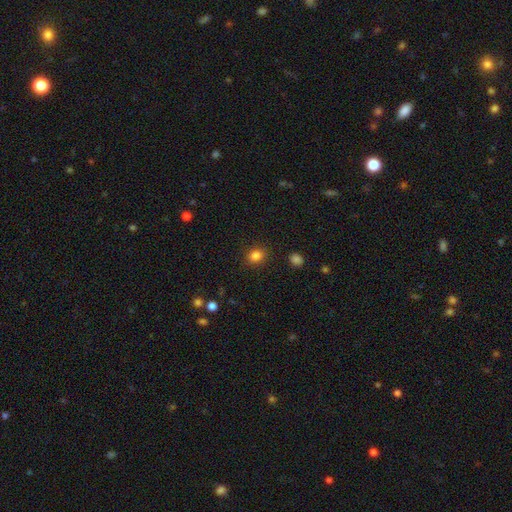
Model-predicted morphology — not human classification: The model was most divided on "how rounded": round: 63%, in between: 36%, cigar-shaped: 1%. More confident: merging — none (88%); smooth or featured — smooth (84%).